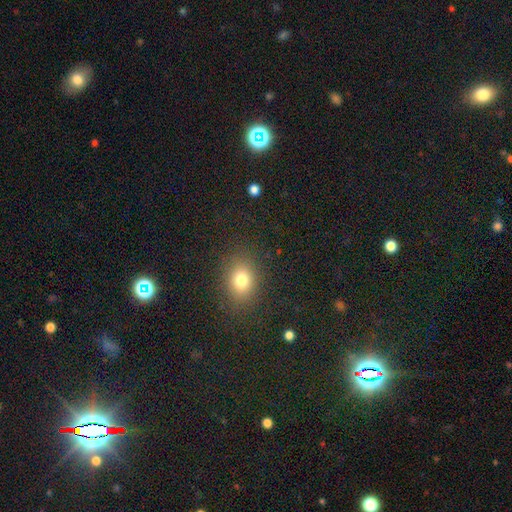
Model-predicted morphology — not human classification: Smooth or featured? Predicted: smooth (p=0.59). How rounded? Predicted: in between (p=0.53). Merging? Predicted: none (p=0.89).